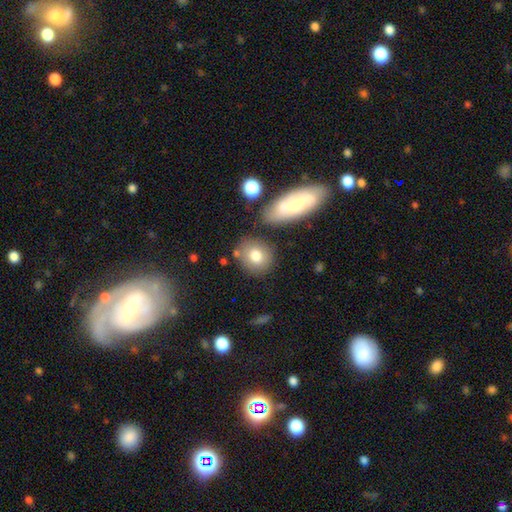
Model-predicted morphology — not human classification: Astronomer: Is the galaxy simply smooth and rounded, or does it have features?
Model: smooth — 79%.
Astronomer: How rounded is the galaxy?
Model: round — 73%.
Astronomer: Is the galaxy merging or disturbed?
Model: none — 76%.